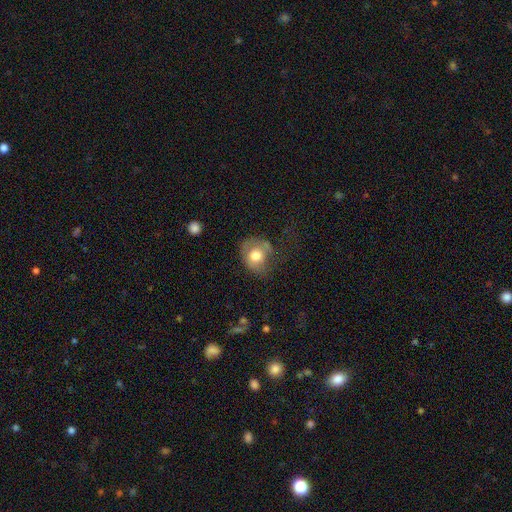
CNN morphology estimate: A smooth galaxy with no disk features (67%) that is round (66%).

Vote fractions:
- Smooth or featured? smooth: 67% / featured or disk: 26% / star or artifact: 8%
- How rounded? round: 66% / in between: 33% / cigar-shaped: 1%
- Merging? none: 41% / minor disturbance: 28% / major disturbance: 27% / merger: 3%